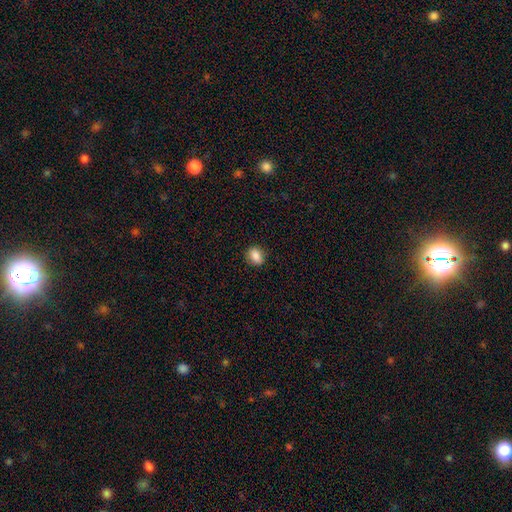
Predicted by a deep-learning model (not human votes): Q: Smooth or featured?
A: smooth (87%); runner-up: star or artifact (9%)
Q: How rounded?
A: in between (62%); runner-up: round (36%)
Q: Merging?
A: none (86%); runner-up: minor disturbance (11%)